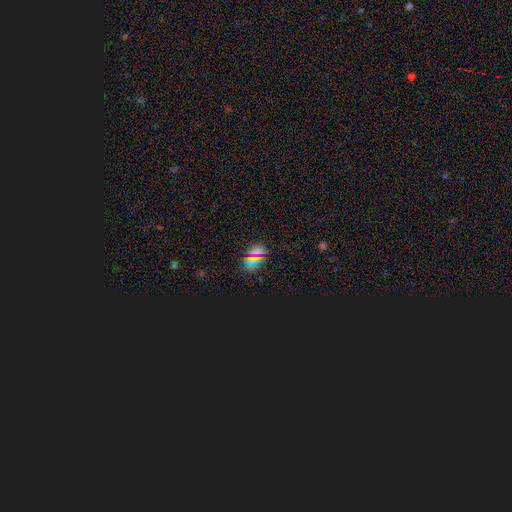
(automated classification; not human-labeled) The model was most divided on "smooth or featured": star or artifact: 54%, smooth: 37%, featured or disk: 8%.